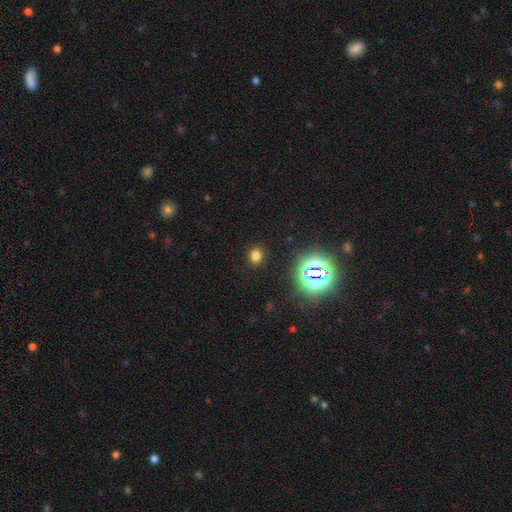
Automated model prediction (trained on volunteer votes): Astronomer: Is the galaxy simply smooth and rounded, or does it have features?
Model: smooth — 71%.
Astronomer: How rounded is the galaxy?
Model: round — 66%.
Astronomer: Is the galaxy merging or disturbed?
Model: none — 88%.